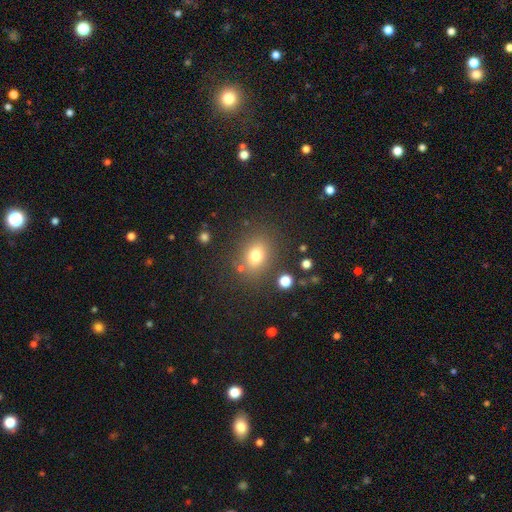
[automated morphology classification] smooth 74%, star or artifact 15%, featured or disk 11%. Down the decision tree: how rounded — in between (50%); merging — none (79%).